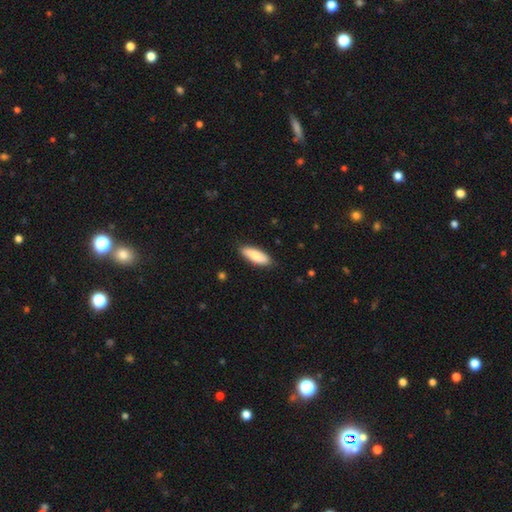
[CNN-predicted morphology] A smooth galaxy with no disk features (81%) that is in between round and cigar-shaped (62%). Merging: none (86%).